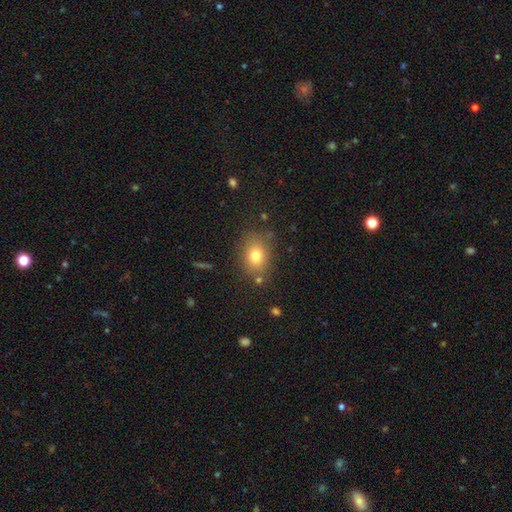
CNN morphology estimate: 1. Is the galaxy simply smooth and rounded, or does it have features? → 75% smooth, 13% star or artifact, 12% featured or disk.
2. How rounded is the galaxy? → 56% in between, 42% round, 1% cigar-shaped.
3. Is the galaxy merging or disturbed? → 80% none, 12% minor disturbance, 4% major disturbance, 4% merger.